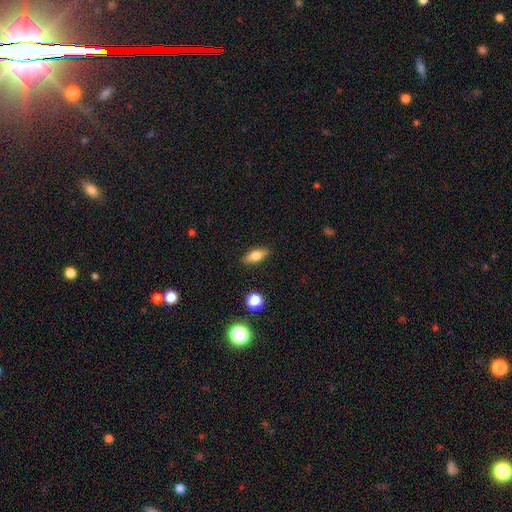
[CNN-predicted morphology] Smooth or featured: smooth — 71% (featured or disk — 21%)
How rounded: in between — 75% (cigar-shaped — 20%)
Merging: none — 87% (minor disturbance — 9%)